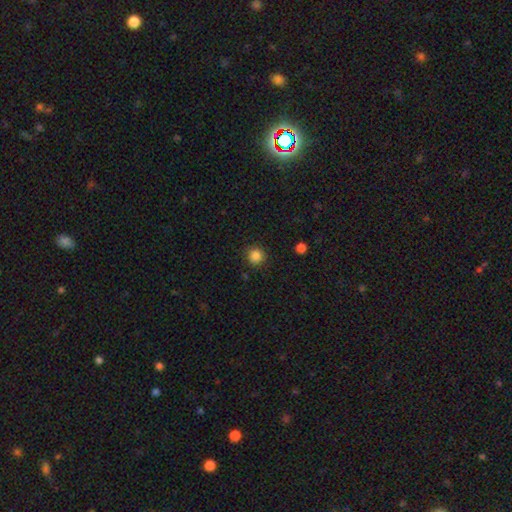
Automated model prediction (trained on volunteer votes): Morphology: type=smooth (85%); roundness=round (94%); merging=none (89%).